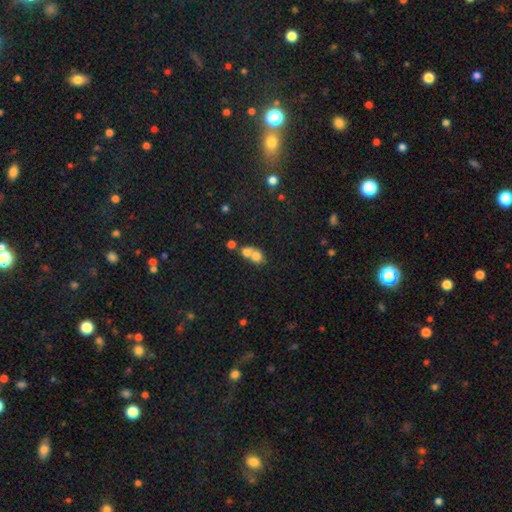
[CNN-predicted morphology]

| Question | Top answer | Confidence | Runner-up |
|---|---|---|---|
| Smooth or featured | smooth | 71% | featured or disk (18%) |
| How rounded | round | 61% | in between (37%) |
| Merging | merger | 69% | none (21%) |